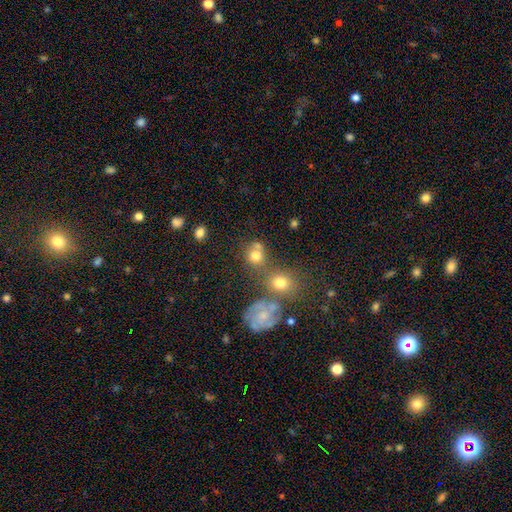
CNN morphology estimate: Overall: smooth (71%). How rounded: round (81%). Merging: none (53%; merger 27%).